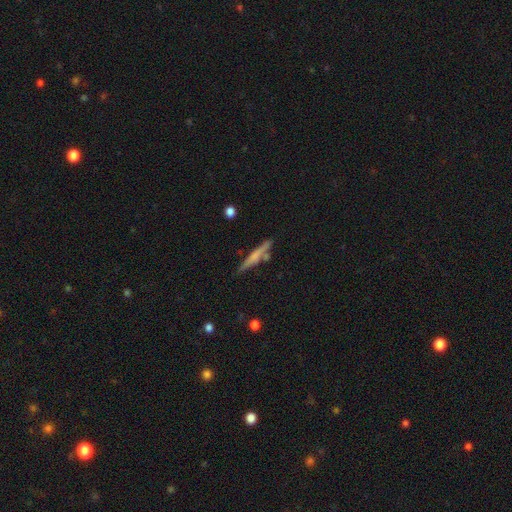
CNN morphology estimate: Smooth or featured?
  - featured or disk: 47% *
  - smooth: 46%
  - star or artifact: 7%
Merging?
  - none: 75% *
  - minor disturbance: 13%
  - merger: 9%
  - major disturbance: 3%